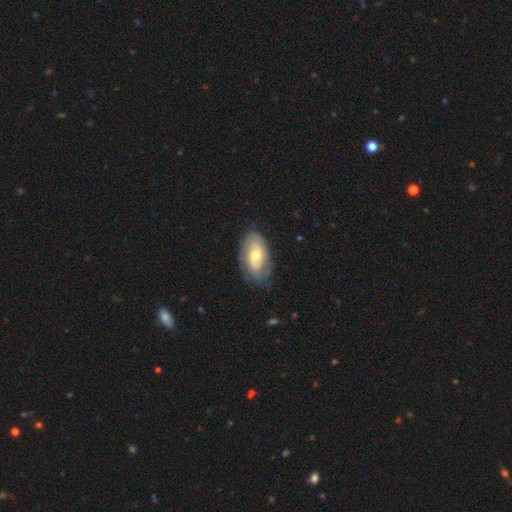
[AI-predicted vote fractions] Smooth or featured? featured or disk (58%)
Edge-on disk? no (92%)
Bar? no (70%)
Spiral arms? yes (62%)
Bulge size? moderate (68%)
Merging? none (72%)